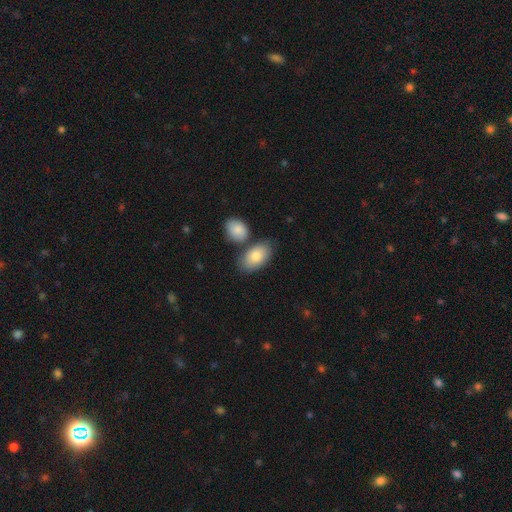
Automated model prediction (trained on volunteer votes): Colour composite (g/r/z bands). It shows a smooth galaxy with no disk features (81%) that is in between round and cigar-shaped (93%). Merging: none (63%).